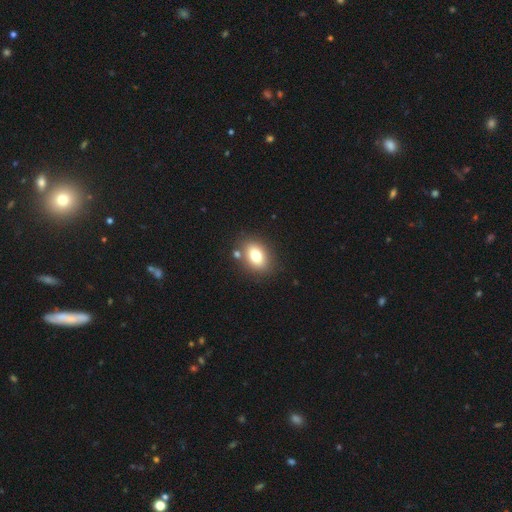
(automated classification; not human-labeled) Overall: smooth (77%). How rounded: in between (77%). Merging: none (77%).